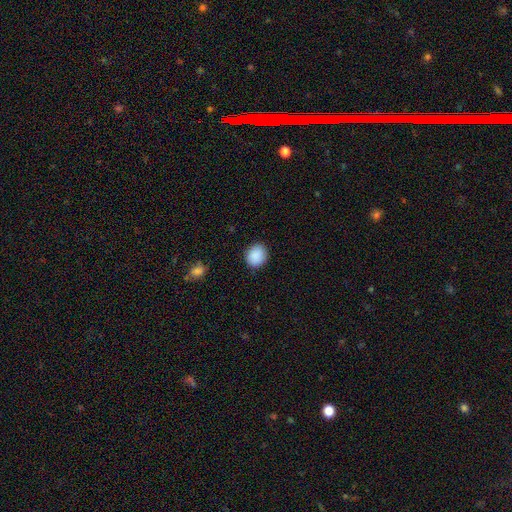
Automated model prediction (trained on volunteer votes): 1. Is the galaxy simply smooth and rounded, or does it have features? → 90% smooth, 7% star or artifact, 3% featured or disk.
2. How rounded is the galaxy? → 64% round, 35% in between, 1% cigar-shaped.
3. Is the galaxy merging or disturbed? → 88% none, 9% minor disturbance, 2% major disturbance, 1% merger.